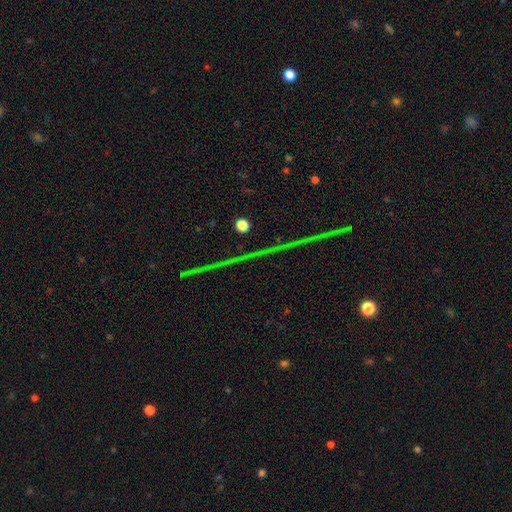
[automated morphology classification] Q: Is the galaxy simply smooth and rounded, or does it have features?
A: star or artifact — 77%.